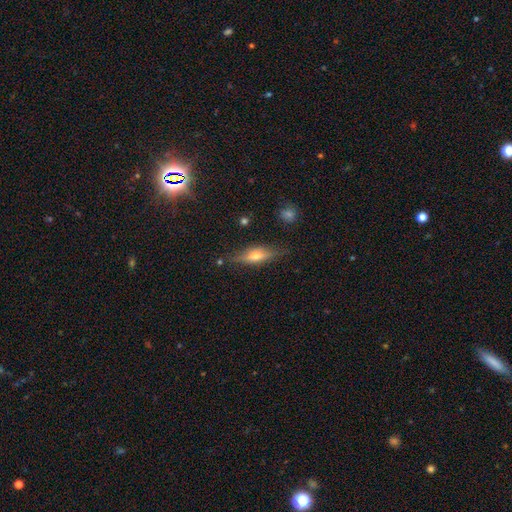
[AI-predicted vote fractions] A featured or disk galaxy (55%) viewed edge-on (90%). Merging: none (81%).